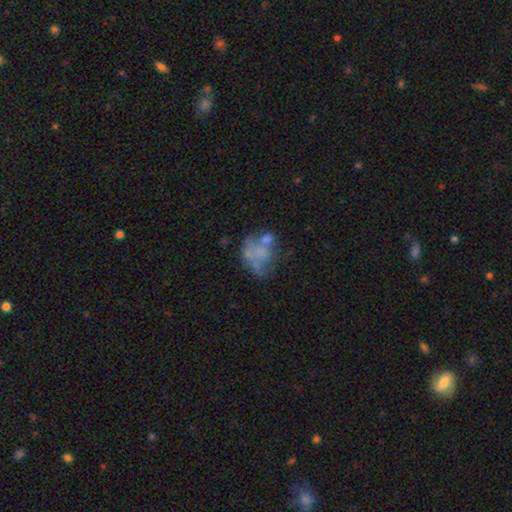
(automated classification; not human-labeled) Smooth or featured: featured or disk — 49% (smooth — 38%)
Merging: none — 32% (major disturbance — 26%)